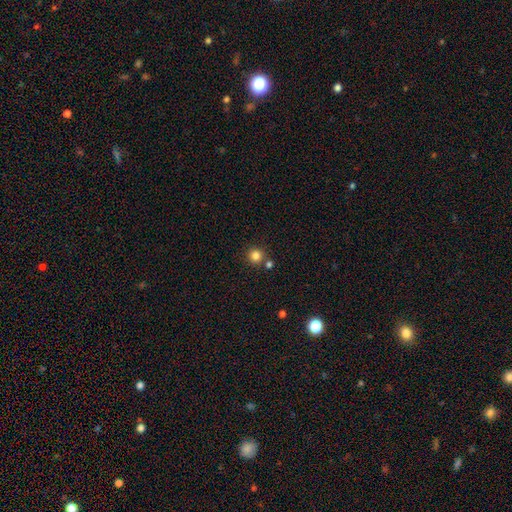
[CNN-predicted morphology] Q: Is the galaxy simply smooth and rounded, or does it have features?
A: smooth — 82%.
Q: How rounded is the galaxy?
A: round — 95%.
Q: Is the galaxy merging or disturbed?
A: none — 80%.